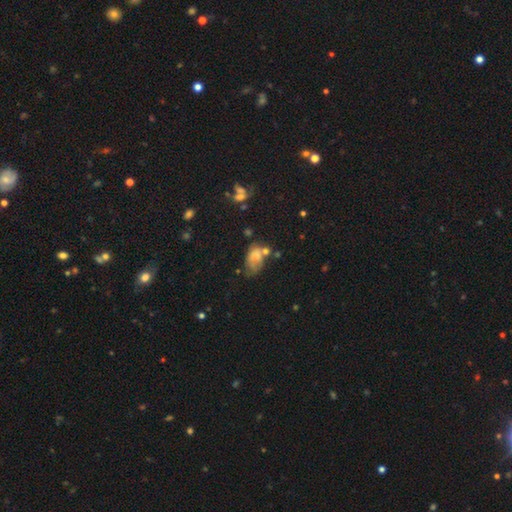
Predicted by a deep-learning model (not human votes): This is likely a smooth galaxy (67%). How rounded: clearly in between (86%). Merging: marginally none (31%, tied with minor disturbance).